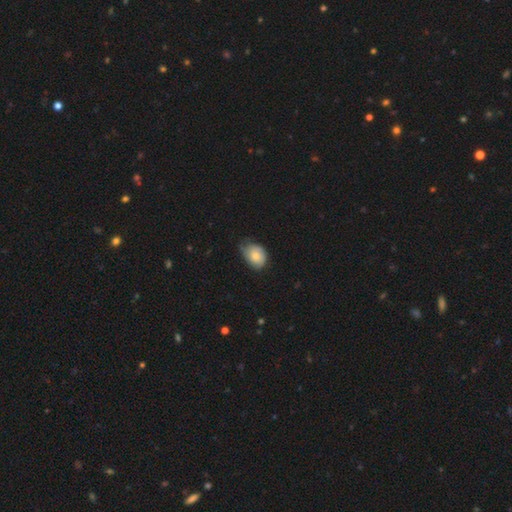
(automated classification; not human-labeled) A smooth galaxy with no disk features (73%) that is in between round and cigar-shaped (65%). Merging: none (46%).